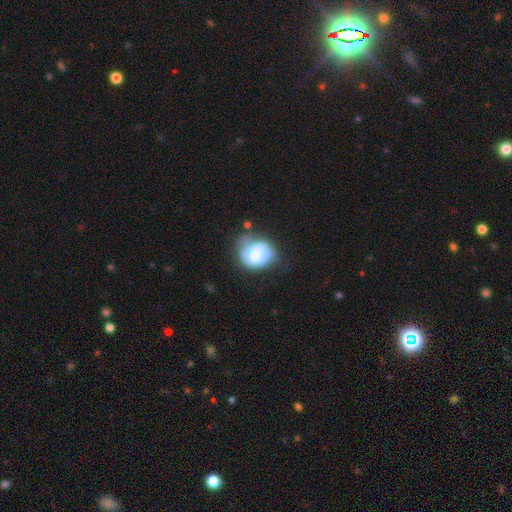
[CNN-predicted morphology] This is possibly a featured or disk galaxy (51%). It is clearly not viewed edge-on (98%). Merging: marginally none (40%).